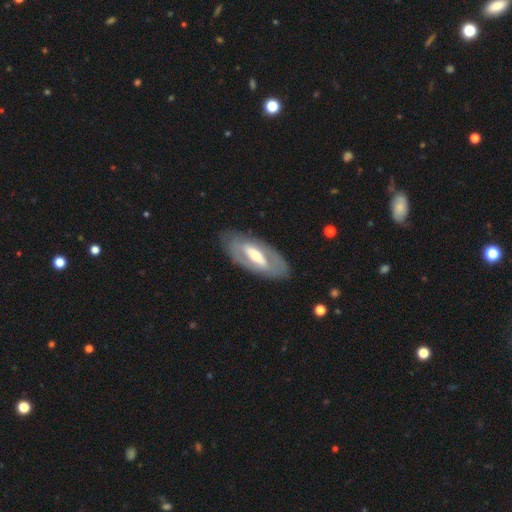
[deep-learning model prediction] smooth-or-featured: featured or disk: 68% | smooth: 28% | star or artifact: 5%
  disk-edge-on: no: 86% | yes: 14%
    bar: strong: 44% | weak: 28% | no: 28%
    has-spiral-arms: no: 66% | yes: 34%
    bulge-size: moderate: 57% | small: 31% | large: 10% | dominant: 1% | none: 1%
  merging: none: 81% | minor disturbance: 12% | major disturbance: 5% | merger: 1%